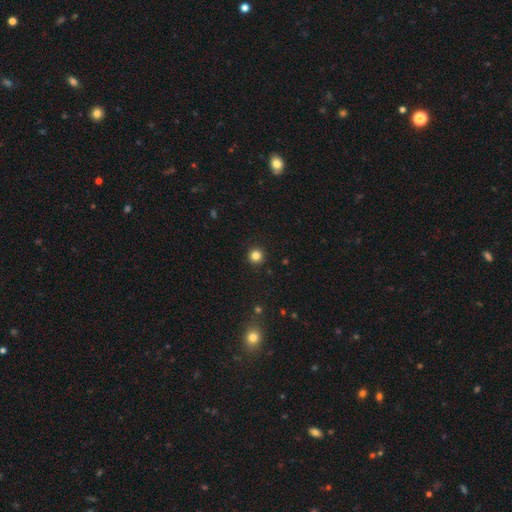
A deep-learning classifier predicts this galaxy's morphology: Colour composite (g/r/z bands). It shows a smooth galaxy with no disk features (83%) that is round (96%). Merging: none (93%).